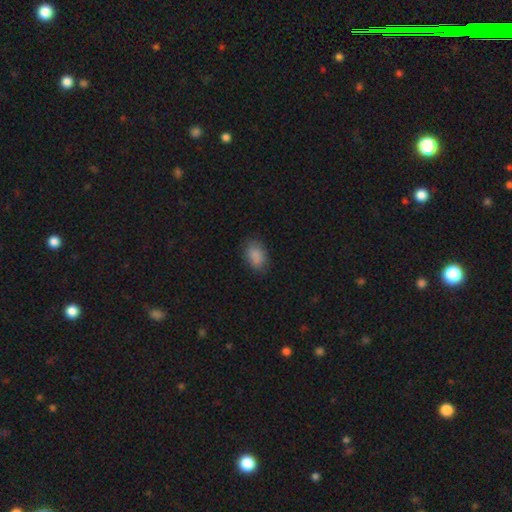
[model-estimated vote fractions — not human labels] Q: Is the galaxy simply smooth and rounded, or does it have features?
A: smooth — 87%.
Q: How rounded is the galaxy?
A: in between — 87%.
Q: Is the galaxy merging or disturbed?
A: none — 80%.